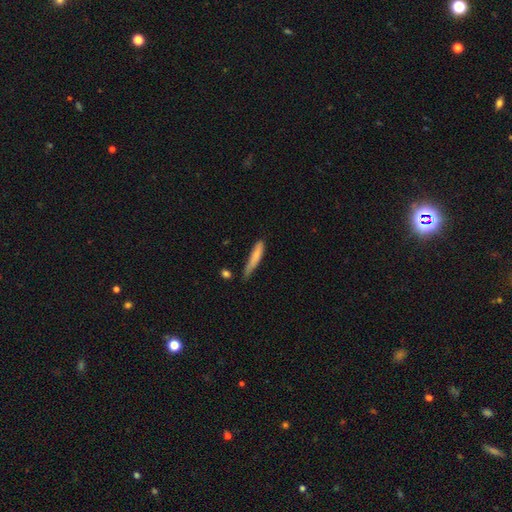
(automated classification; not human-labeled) This appears to be a smooth galaxy with no disk features (76%) that is cigar-shaped (88%). Merging: none (50%).